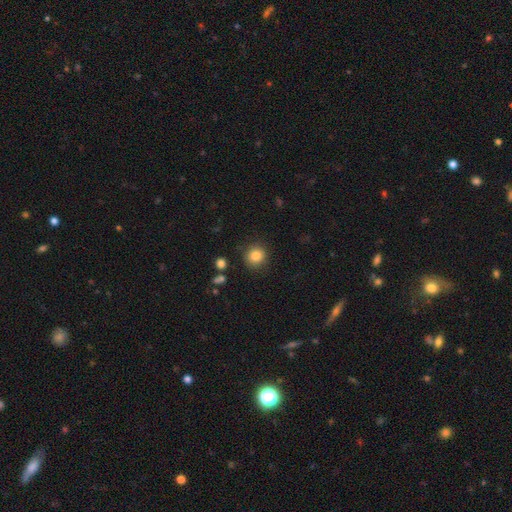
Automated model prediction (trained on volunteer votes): Smooth or featured: smooth — 84% (star or artifact — 10%)
How rounded: round — 89% (in between — 10%)
Merging: none — 88% (minor disturbance — 8%)